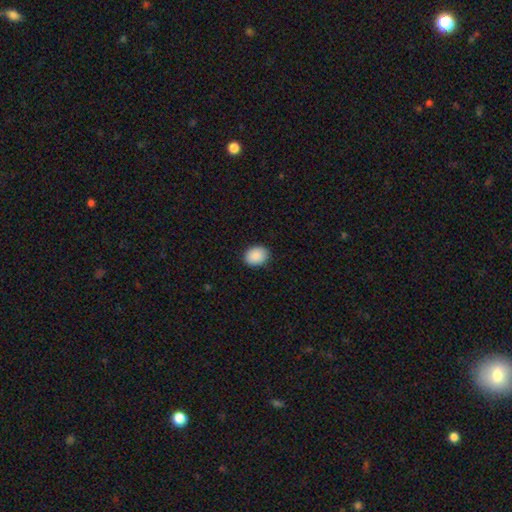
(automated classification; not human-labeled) smooth_or_featured: smooth (p=0.89) [alt: star or artifact p=0.07]
how_rounded: in between (p=0.53) [alt: round p=0.46]
merging: none (p=0.89) [alt: minor disturbance p=0.08]